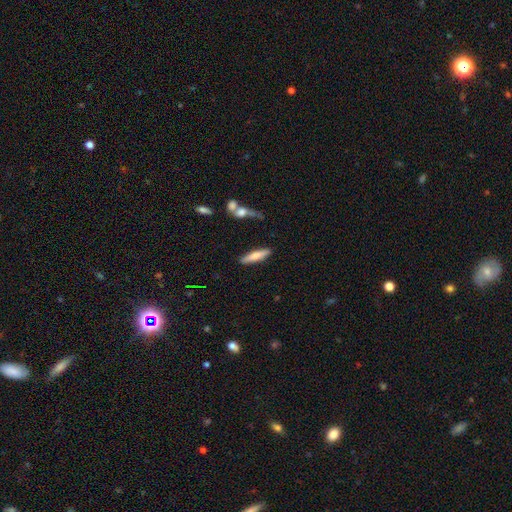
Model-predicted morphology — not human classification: Smooth or featured?
  - smooth: 66% *
  - featured or disk: 28%
  - star or artifact: 6%
How rounded?
  - cigar-shaped: 77% *
  - in between: 22%
  - round: 2%
Merging?
  - none: 84% *
  - minor disturbance: 10%
  - merger: 4%
  - major disturbance: 3%